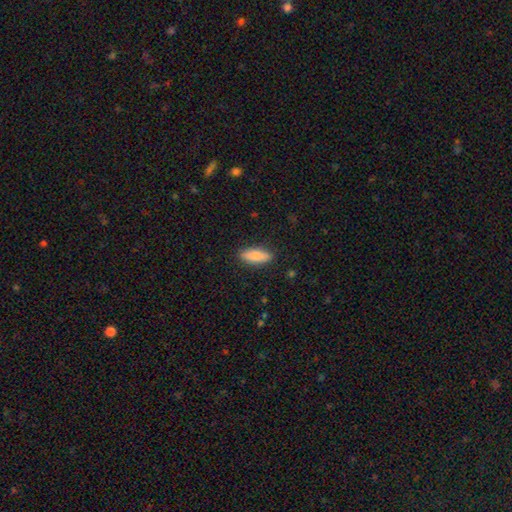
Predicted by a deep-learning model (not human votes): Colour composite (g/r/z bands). It shows a smooth galaxy with no disk features (83%) that is in between round and cigar-shaped (64%). Merging: none (88%).